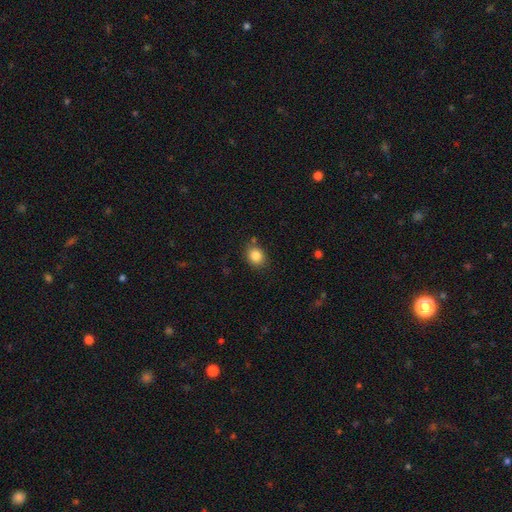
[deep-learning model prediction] Smooth or featured: smooth — 84% (star or artifact — 10%)
How rounded: round — 58% (in between — 41%)
Merging: none — 81% (minor disturbance — 12%)